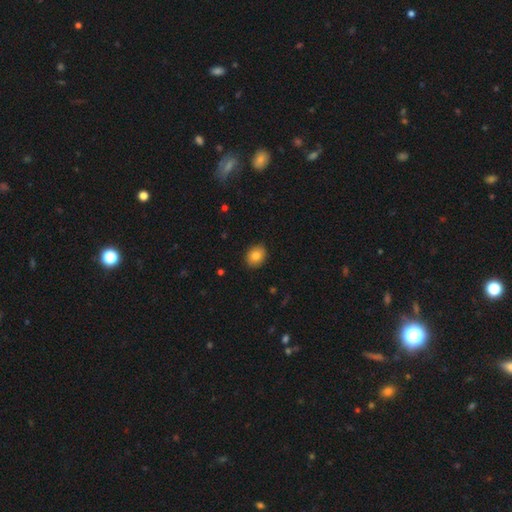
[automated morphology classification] This is clearly a smooth galaxy (82%). How rounded: possibly round (52%). Merging: clearly none (89%).